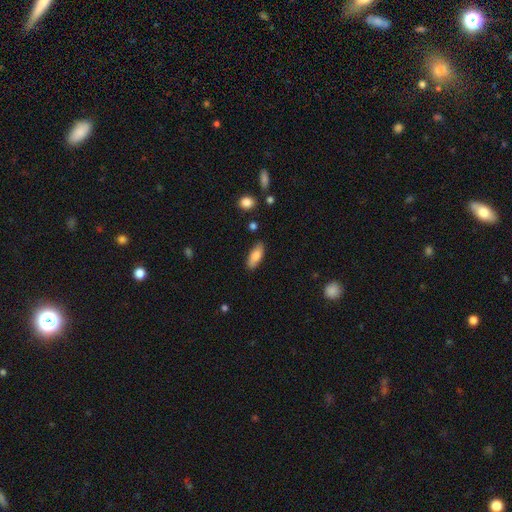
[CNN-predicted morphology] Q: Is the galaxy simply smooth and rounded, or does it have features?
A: smooth — 79%.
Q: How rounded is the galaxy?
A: in between — 76%.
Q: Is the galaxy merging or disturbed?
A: none — 85%.